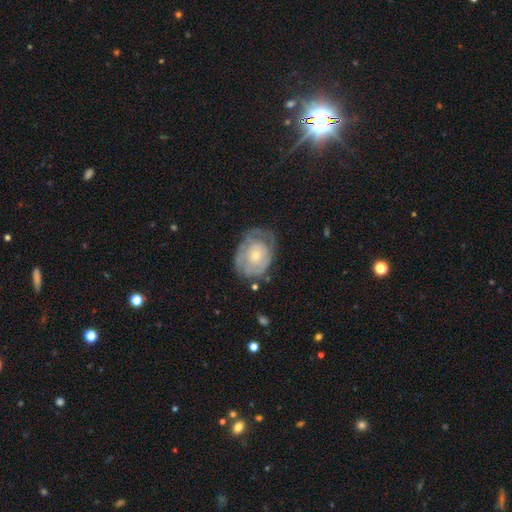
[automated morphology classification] featured or disk 59%, smooth 35%, star or artifact 6%. Down the decision tree: edge-on disk — no (96%); bar — no (85%); spiral arms — yes (54%); bulge size — small (54%); merging — none (54%).